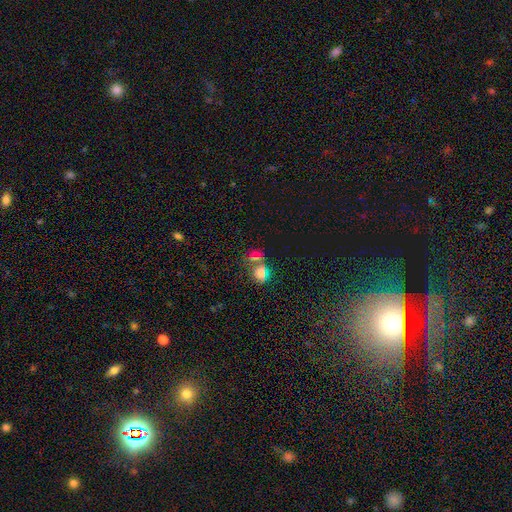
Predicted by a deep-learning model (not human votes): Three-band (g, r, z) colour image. It shows a smooth galaxy with no disk features (49%). Merging: none (45%).